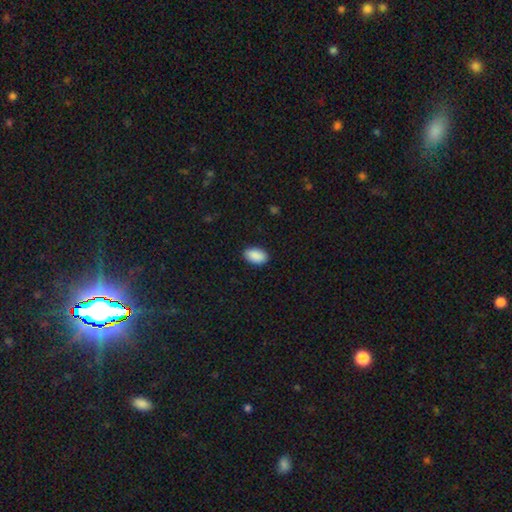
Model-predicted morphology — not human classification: This is clearly a smooth galaxy (91%). How rounded: clearly in between (94%). Merging: clearly none (89%).